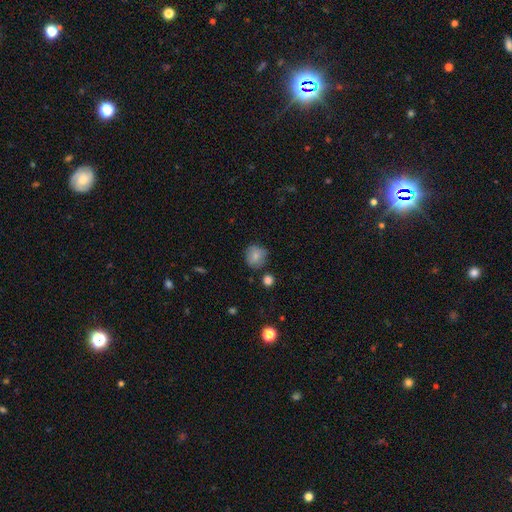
Volunteers were most divided on "merging": none: 79%, minor disturbance: 15%, major disturbance: 3%, merger: 3%. More confident: how rounded — round (90%); smooth or featured — smooth (84%).